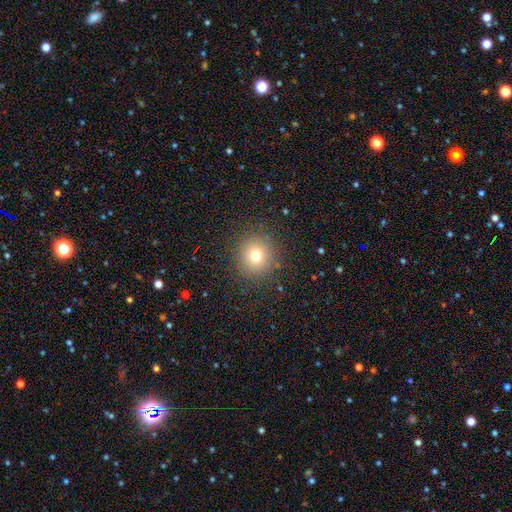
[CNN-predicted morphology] smooth_or_featured: smooth (p=0.73) [alt: star or artifact p=0.16]
how_rounded: round (p=0.91) [alt: in between p=0.08]
merging: none (p=0.88) [alt: minor disturbance p=0.07]